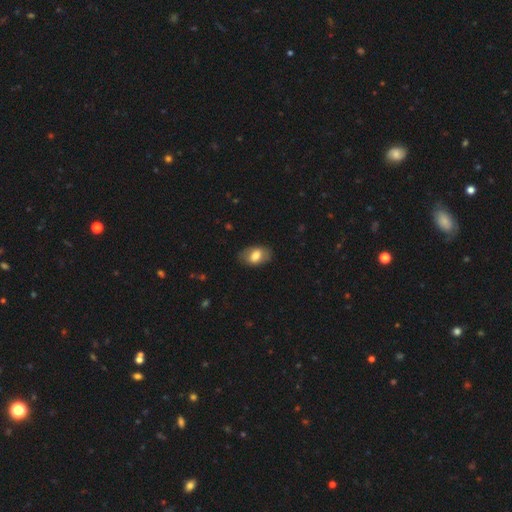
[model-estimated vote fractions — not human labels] This is likely a smooth galaxy (70%). How rounded: clearly in between (89%). Merging: clearly none (80%).